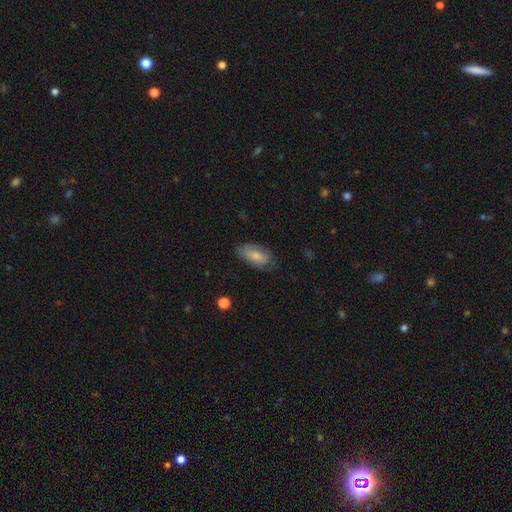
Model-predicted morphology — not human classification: A smooth galaxy with no disk features (64%) that is in between round and cigar-shaped (91%). Merging: none (66%).